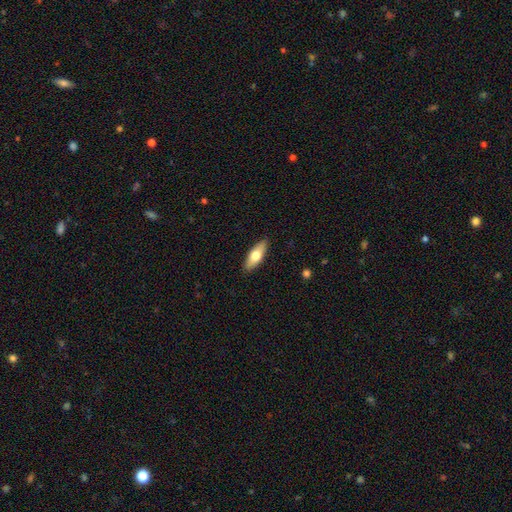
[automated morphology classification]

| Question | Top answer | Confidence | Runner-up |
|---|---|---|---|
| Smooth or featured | smooth | 67% | featured or disk (28%) |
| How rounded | in between | 66% | cigar-shaped (31%) |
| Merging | none | 89% | minor disturbance (8%) |